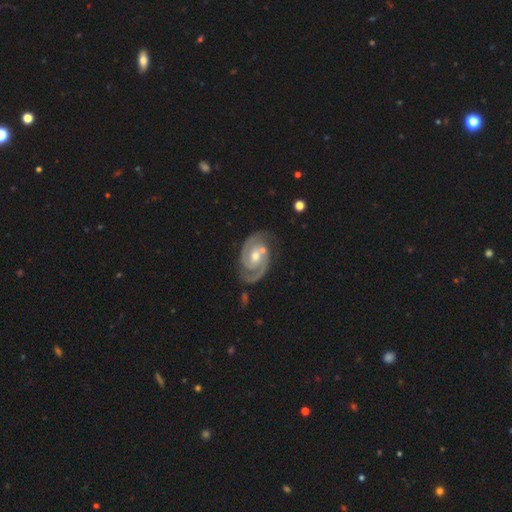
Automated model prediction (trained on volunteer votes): This appears to be a featured or disk galaxy (91%) with no bar (50%), 2 (91%) tight (53%) spiral arms (98%) and a moderate central bulge (65%). Merging: none (72%).